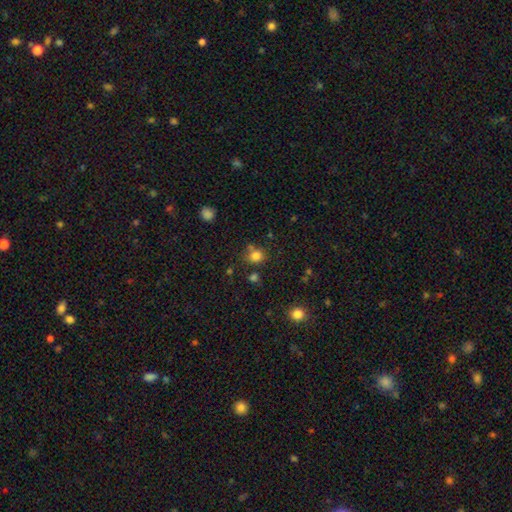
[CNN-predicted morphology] smooth-or-featured: smooth: 80% | star or artifact: 14% | featured or disk: 6%
  how-rounded: round: 82% | in between: 17% | cigar-shaped: 1%
  merging: none: 70% | minor disturbance: 14% | merger: 12% | major disturbance: 5%